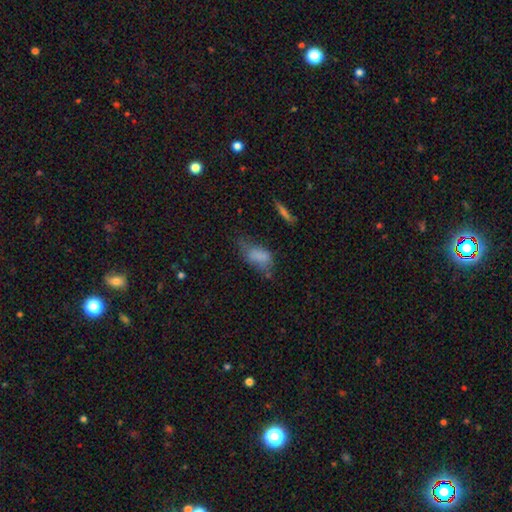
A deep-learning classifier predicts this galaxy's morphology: A smooth galaxy with no disk features (68%) that is in between round and cigar-shaped (87%).

Vote fractions:
- Smooth or featured? smooth: 68% / featured or disk: 20% / star or artifact: 12%
- How rounded? in between: 87% / round: 7% / cigar-shaped: 6%
- Merging? minor disturbance: 34% (tied) / none: 34% (tied) / major disturbance: 26% / merger: 6%